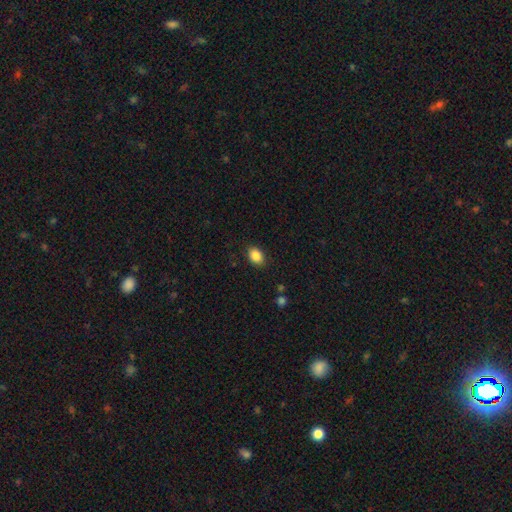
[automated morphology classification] Overall: smooth (87%). How rounded: in between (75%). Merging: none (87%).